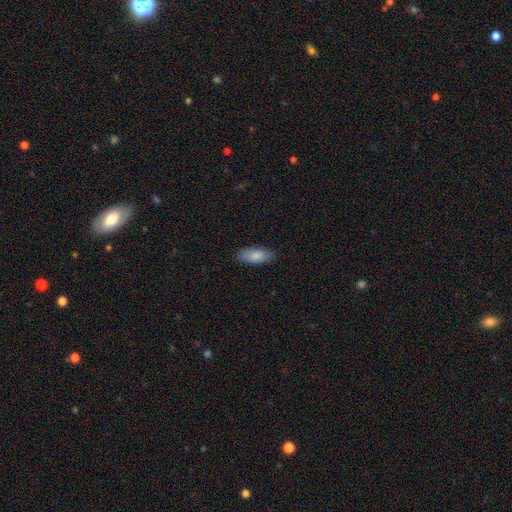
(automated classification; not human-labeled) Smooth or featured?
  - smooth: 84% *
  - featured or disk: 10%
  - star or artifact: 6%
How rounded?
  - in between: 80% *
  - cigar-shaped: 18%
  - round: 2%
Merging?
  - none: 85% *
  - minor disturbance: 12%
  - major disturbance: 2%
  - merger: 1%